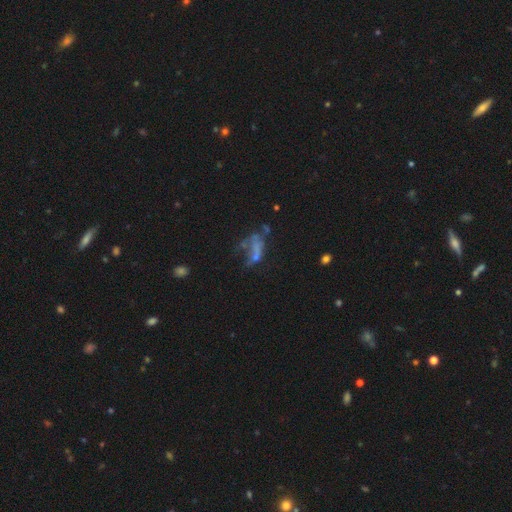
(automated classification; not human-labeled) Smooth or featured: featured or disk — 43% (smooth — 34%)
Merging: major disturbance — 38% (none — 29%)